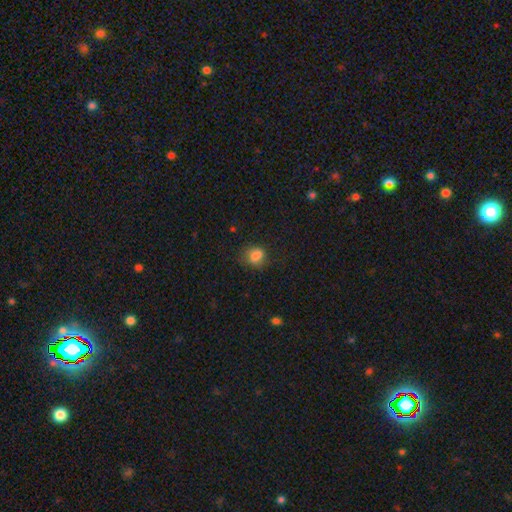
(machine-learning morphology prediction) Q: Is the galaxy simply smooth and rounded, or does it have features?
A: smooth — 80%.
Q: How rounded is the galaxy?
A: round — 54%.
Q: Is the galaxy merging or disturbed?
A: none — 59%.